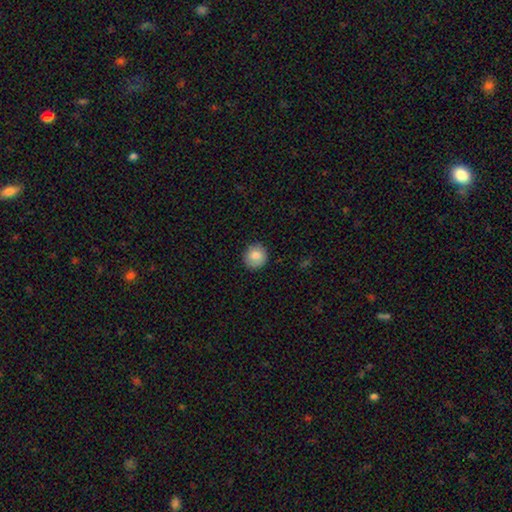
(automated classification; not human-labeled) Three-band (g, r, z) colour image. It shows a smooth galaxy with no disk features (85%) that is round (89%). Merging: none (87%).